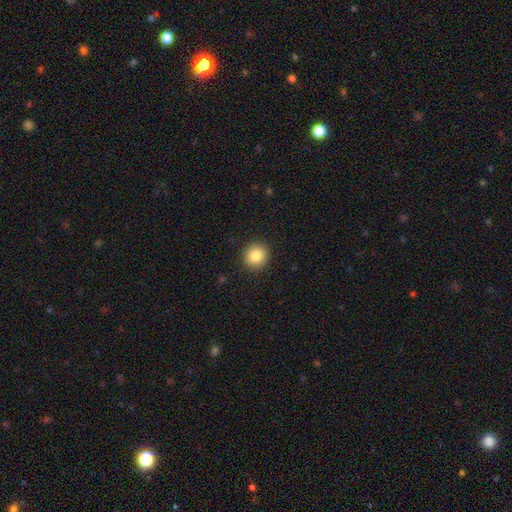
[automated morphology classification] This appears to be a smooth galaxy with no disk features (85%) that is round (92%). Merging: none (92%).